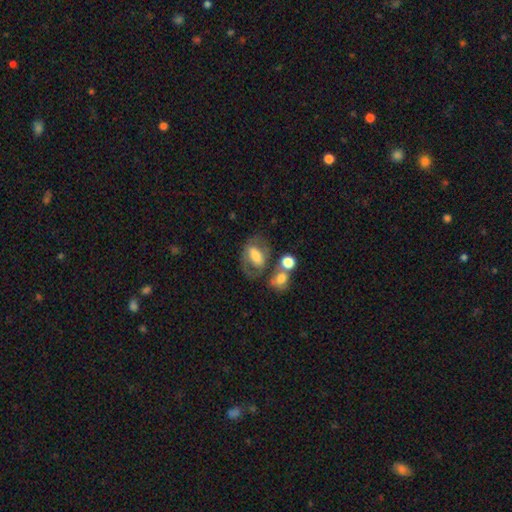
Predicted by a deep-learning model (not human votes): Smooth or featured: smooth — 51% (featured or disk — 41%)
How rounded: in between — 78% (round — 20%)
Merging: none — 48% (merger — 21%)